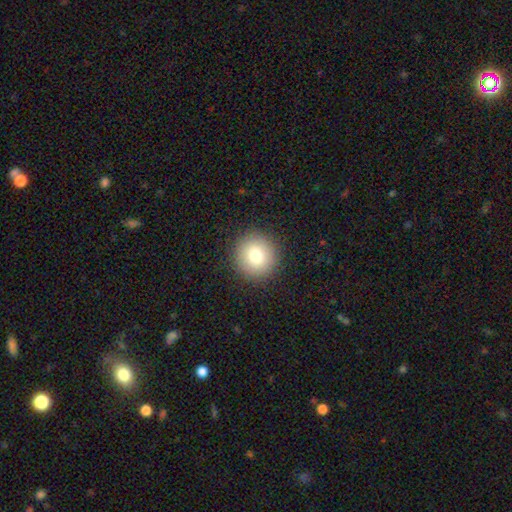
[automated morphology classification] This is likely a smooth galaxy (80%). How rounded: clearly round (93%). Merging: clearly none (91%).